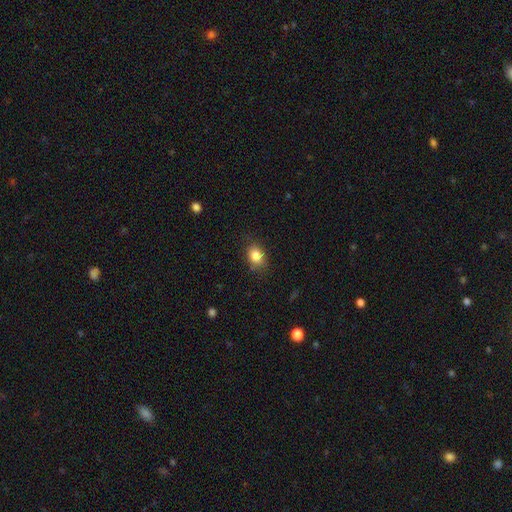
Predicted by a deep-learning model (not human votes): Q: Smooth or featured?
A: smooth (84%); runner-up: star or artifact (10%)
Q: How rounded?
A: in between (60%); runner-up: round (39%)
Q: Merging?
A: none (80%); runner-up: minor disturbance (15%)